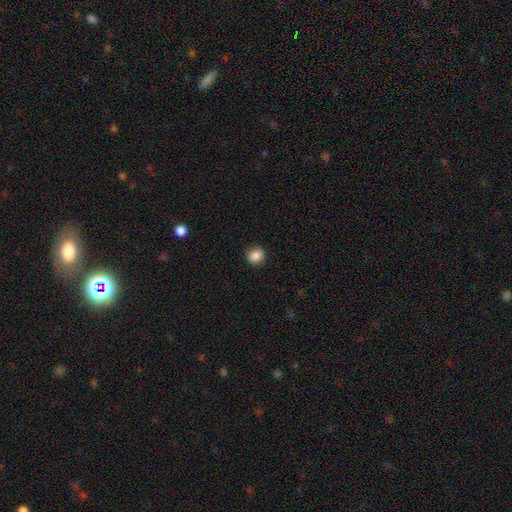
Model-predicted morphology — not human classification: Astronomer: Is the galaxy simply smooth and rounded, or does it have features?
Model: smooth — 87%.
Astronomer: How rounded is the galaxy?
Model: round — 89%.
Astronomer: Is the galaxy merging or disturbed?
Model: none — 89%.